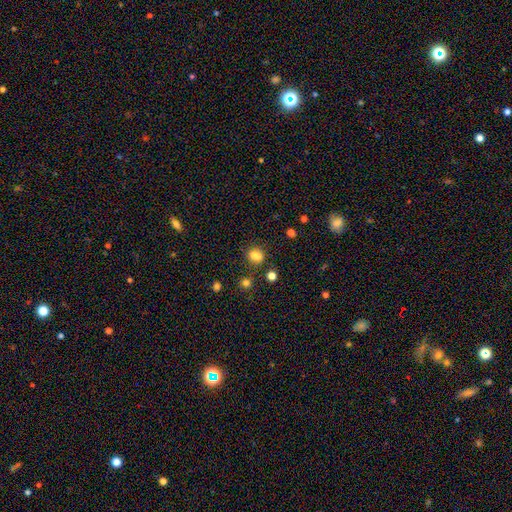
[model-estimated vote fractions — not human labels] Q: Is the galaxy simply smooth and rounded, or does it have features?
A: smooth — 75%.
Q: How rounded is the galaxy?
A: round — 73%.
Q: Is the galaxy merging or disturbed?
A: none — 52%.